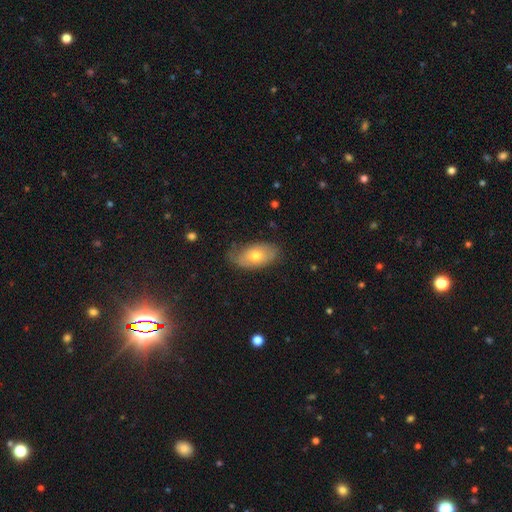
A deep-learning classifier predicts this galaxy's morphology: A smooth galaxy with no disk features (63%) that is in between round and cigar-shaped (92%).

Vote fractions:
- Smooth or featured? smooth: 63% / featured or disk: 30% / star or artifact: 8%
- How rounded? in between: 92% / round: 5% / cigar-shaped: 3%
- Merging? none: 66% / minor disturbance: 26% / major disturbance: 6% / merger: 1%